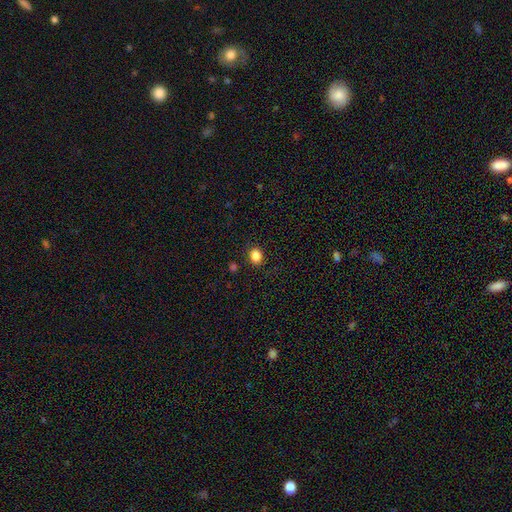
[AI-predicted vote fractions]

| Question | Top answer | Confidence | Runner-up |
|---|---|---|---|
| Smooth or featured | smooth | 86% | star or artifact (11%) |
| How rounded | in between | 53% | round (46%) |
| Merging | none | 85% | minor disturbance (10%) |